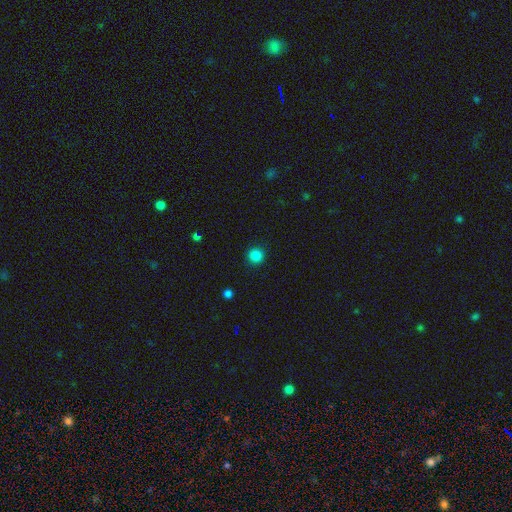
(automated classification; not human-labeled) smooth 85%, star or artifact 12%, featured or disk 3%. Down the decision tree: how rounded — round (94%); merging — none (91%).